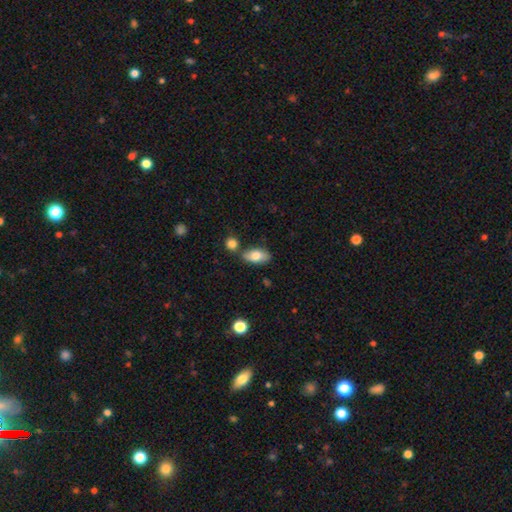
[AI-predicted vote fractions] smooth-or-featured: smooth: 77% | featured or disk: 17% | star or artifact: 7%
  how-rounded: in between: 89% | cigar-shaped: 6% | round: 4%
  merging: none: 73% | minor disturbance: 13% | merger: 11% | major disturbance: 3%